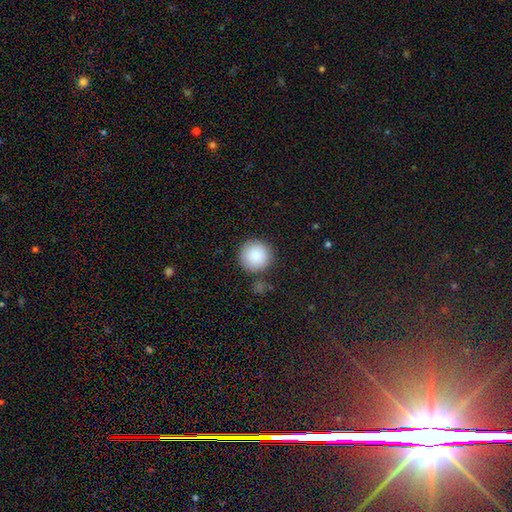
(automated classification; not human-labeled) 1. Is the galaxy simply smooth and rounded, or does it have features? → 87% smooth, 8% star or artifact, 5% featured or disk.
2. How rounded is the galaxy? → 95% round, 4% in between, 1% cigar-shaped.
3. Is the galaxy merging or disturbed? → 84% none, 9% minor disturbance, 4% merger, 3% major disturbance.